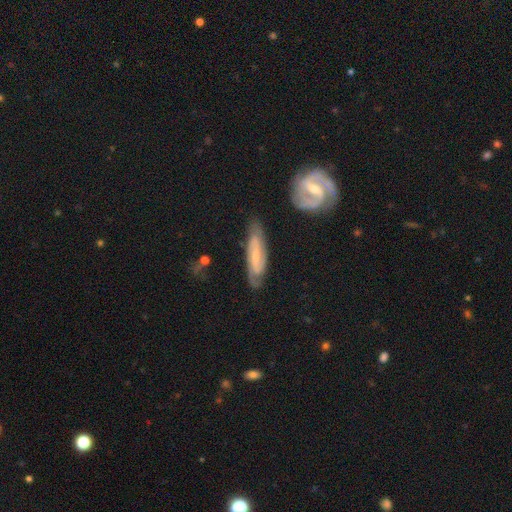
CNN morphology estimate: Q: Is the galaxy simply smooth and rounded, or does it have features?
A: featured or disk — 70%.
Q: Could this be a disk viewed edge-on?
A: no — 79%.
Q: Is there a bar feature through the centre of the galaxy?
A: weak — 43%.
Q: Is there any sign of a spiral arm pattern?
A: yes — 92%.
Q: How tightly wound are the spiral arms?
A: medium — 43%.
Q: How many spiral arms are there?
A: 2 — 75%.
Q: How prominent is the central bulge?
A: small — 56%.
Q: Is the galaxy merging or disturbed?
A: none — 72%.